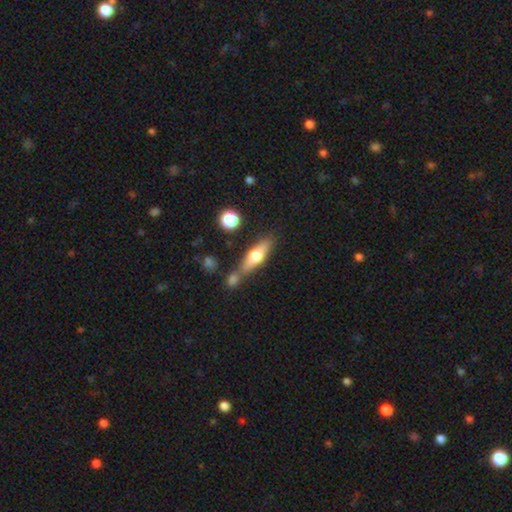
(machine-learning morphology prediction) Smooth or featured? Predicted: smooth (p=0.50). How rounded? Predicted: cigar-shaped (p=0.55). Merging? Predicted: none (p=0.61).